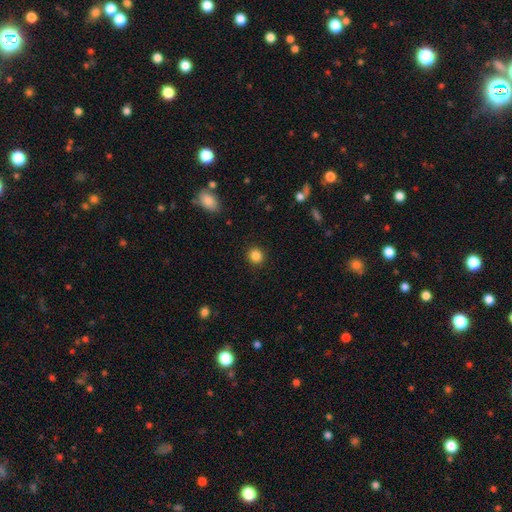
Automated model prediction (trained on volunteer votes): Smooth or featured? smooth (85%)
How rounded? round (89%)
Merging? none (91%)